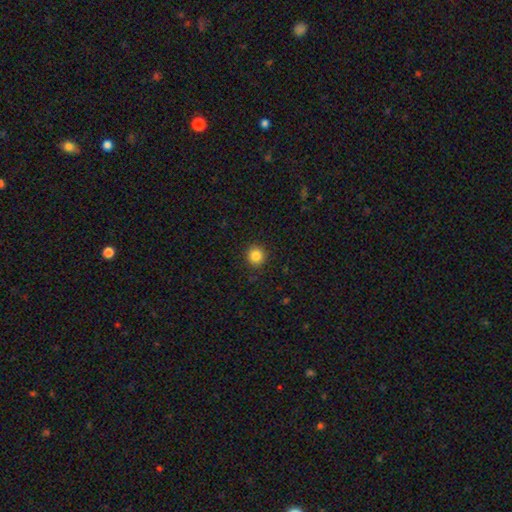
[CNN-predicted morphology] smooth-or-featured: smooth: 85% | star or artifact: 11% | featured or disk: 4%
  how-rounded: round: 93% | in between: 6% | cigar-shaped: 1%
  merging: none: 91% | minor disturbance: 6% | major disturbance: 2% | merger: 1%